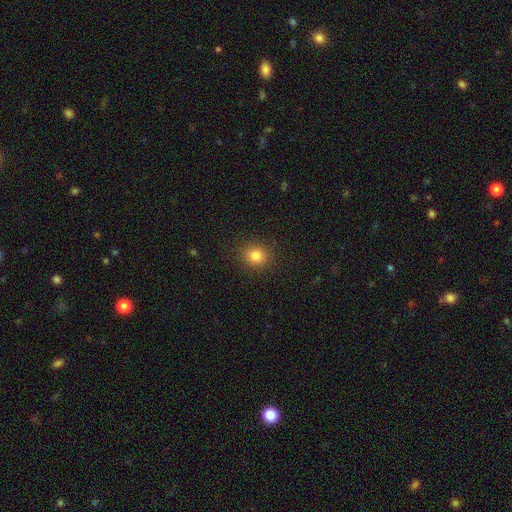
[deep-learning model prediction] smooth-or-featured: smooth: 82% | star or artifact: 12% | featured or disk: 5%
  how-rounded: round: 83% | in between: 16% | cigar-shaped: 1%
  merging: none: 89% | minor disturbance: 7% | major disturbance: 3% | merger: 1%